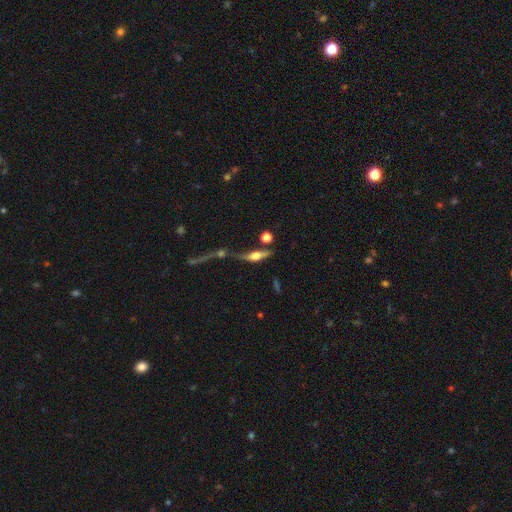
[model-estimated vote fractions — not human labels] This is possibly a featured or disk galaxy (55%). It is clearly viewed edge-on (81%). Merging: marginally none (39%).